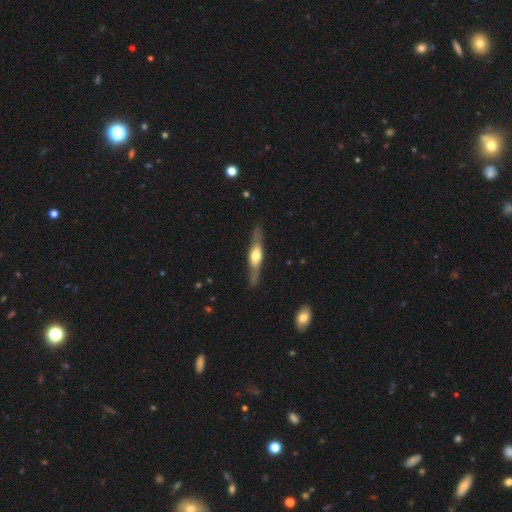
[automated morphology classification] Overall: featured or disk (67%; smooth 28%). Edge-on disk: yes (92%). Edge-on bulge: rounded (87%). Merging: none (84%).